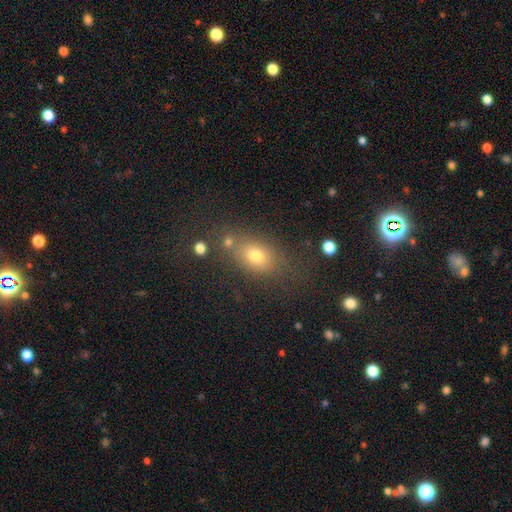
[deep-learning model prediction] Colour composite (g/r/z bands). It shows a smooth galaxy with no disk features (71%) that is in between round and cigar-shaped (69%). Merging: none (66%).